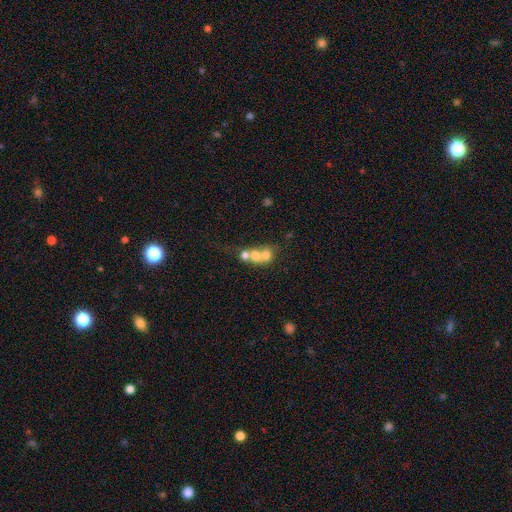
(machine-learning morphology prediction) type=smooth (61%); roundness=round (69%); merging=merger (69%).